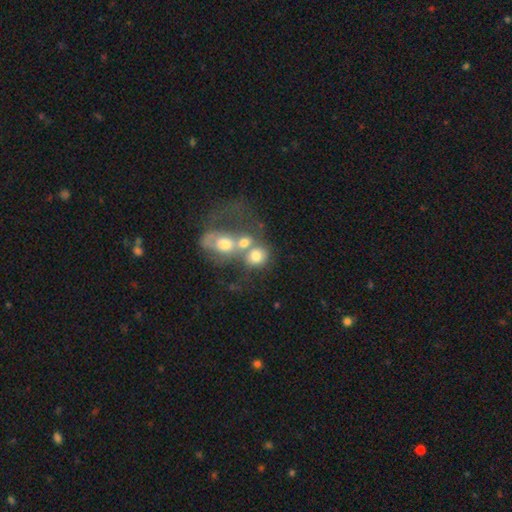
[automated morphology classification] smooth 62%, featured or disk 25%, star or artifact 13%. Down the decision tree: how rounded — round (61%); merging — merger (61%).